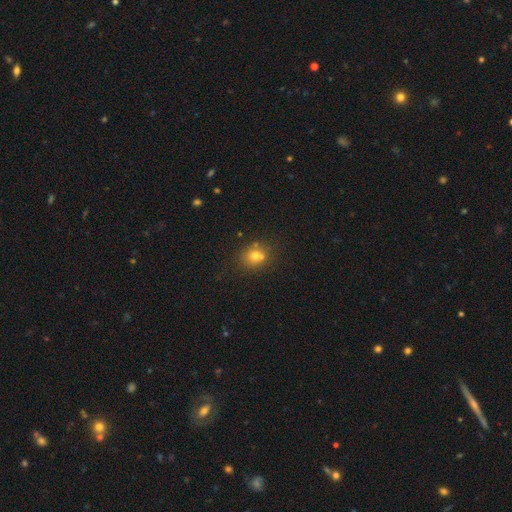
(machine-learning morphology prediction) Smooth or featured: smooth — 69% (star or artifact — 18%)
How rounded: round — 67% (in between — 32%)
Merging: none — 61% (merger — 23%)